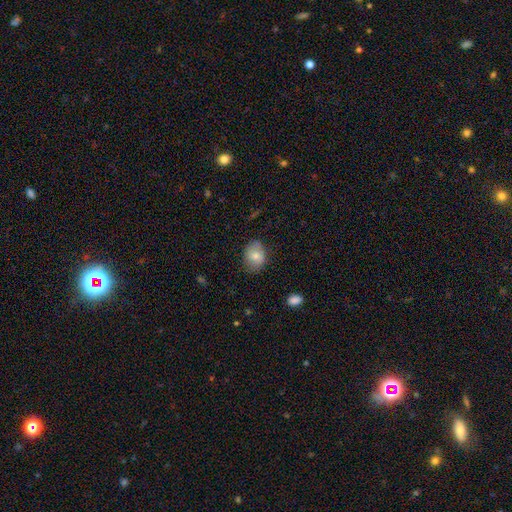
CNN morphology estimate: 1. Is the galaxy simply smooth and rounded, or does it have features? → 79% smooth, 13% featured or disk, 8% star or artifact.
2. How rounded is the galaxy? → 58% in between, 41% round, 1% cigar-shaped.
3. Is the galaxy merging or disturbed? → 70% none, 24% minor disturbance, 5% major disturbance, 1% merger.